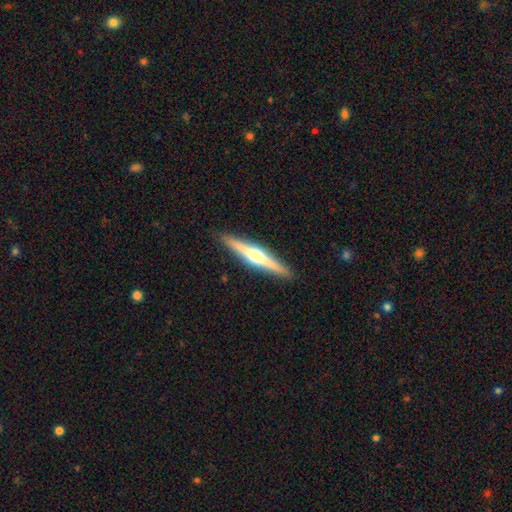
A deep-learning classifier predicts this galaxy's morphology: type=featured or disk (71%); edge-on=yes (98%); edge-on bulge=rounded (92%); merging=none (92%).